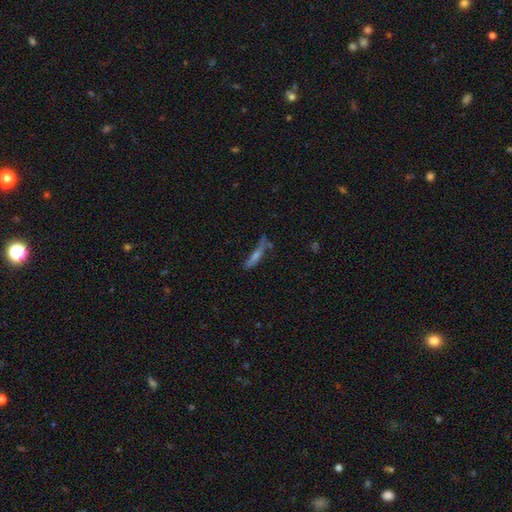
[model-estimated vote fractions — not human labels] A featured or disk galaxy (47%). Merging: none (63%).